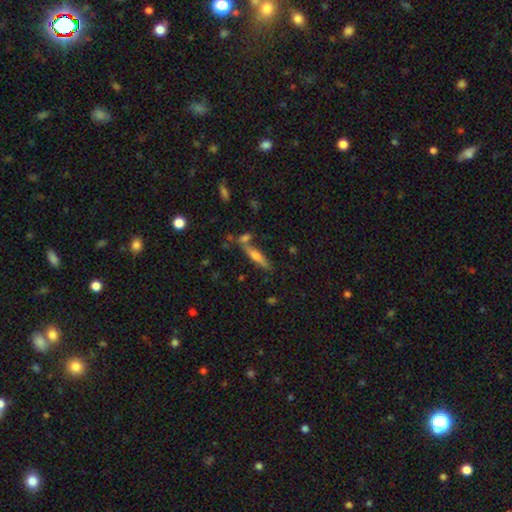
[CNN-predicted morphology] A smooth galaxy with no disk features (54%) that is cigar-shaped (81%). Merging: none (63%).